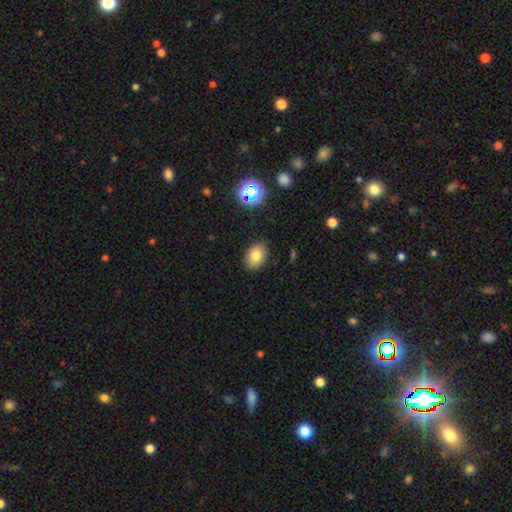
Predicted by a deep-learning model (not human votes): This appears to be a smooth galaxy with no disk features (77%) that is in between round and cigar-shaped (75%). Merging: none (86%).